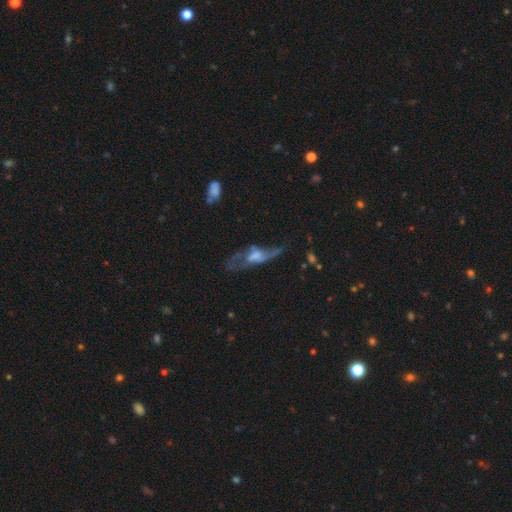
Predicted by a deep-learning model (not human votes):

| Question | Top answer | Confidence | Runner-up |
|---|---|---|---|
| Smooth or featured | featured or disk | 66% | smooth (23%) |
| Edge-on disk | no | 75% | yes (25%) |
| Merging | none | 41% | major disturbance (33%) |